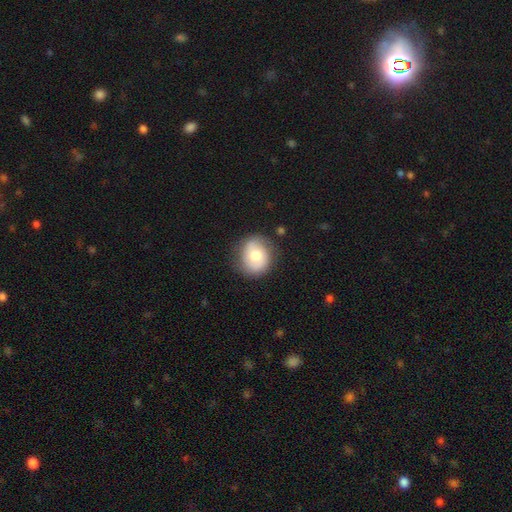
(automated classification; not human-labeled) Q: Smooth or featured?
A: smooth (61%); runner-up: featured or disk (32%)
Q: How rounded?
A: round (72%); runner-up: in between (27%)
Q: Merging?
A: none (77%); runner-up: minor disturbance (17%)